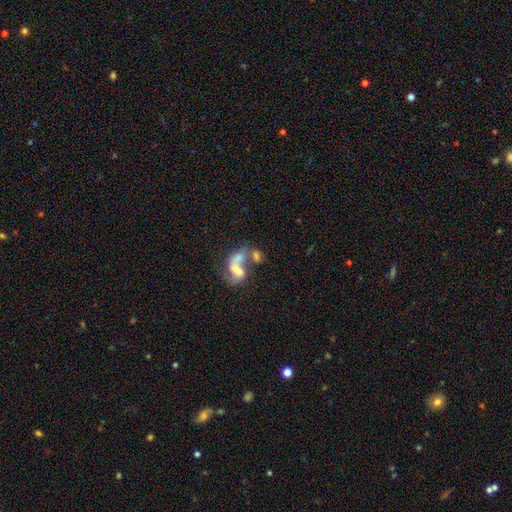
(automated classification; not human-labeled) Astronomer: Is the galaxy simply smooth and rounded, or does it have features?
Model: featured or disk — 53% (runner-up: smooth, 34%).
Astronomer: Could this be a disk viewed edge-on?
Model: no — 97%.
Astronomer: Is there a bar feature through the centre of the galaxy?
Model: no — 69%.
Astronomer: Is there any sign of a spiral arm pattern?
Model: no — 53% (runner-up: yes, 47%).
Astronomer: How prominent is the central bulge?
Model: none — 38% (runner-up: small, 26%).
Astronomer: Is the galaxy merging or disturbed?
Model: merger — 60%.